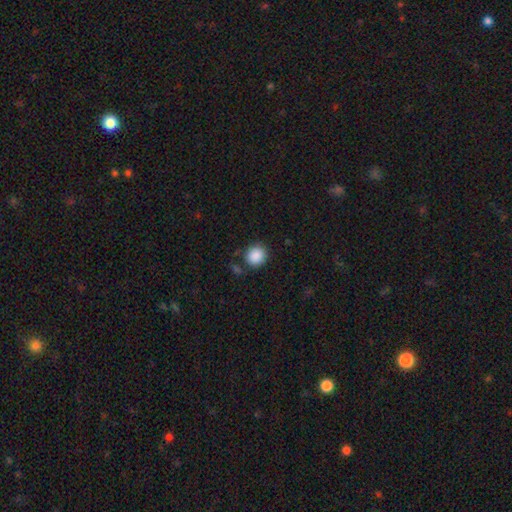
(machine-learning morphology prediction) Q: Smooth or featured?
A: smooth (89%); runner-up: star or artifact (8%)
Q: How rounded?
A: round (84%); runner-up: in between (15%)
Q: Merging?
A: none (78%); runner-up: minor disturbance (13%)